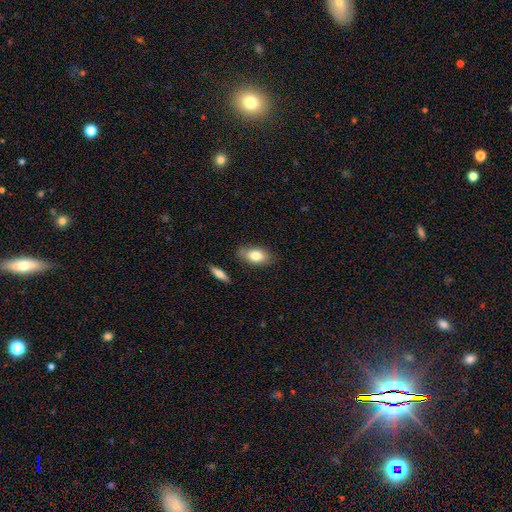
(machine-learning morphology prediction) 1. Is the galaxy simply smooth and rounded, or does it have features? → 80% smooth, 13% featured or disk, 7% star or artifact.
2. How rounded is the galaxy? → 89% in between, 6% round, 5% cigar-shaped.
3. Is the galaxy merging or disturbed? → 78% none, 15% minor disturbance, 4% merger, 3% major disturbance.